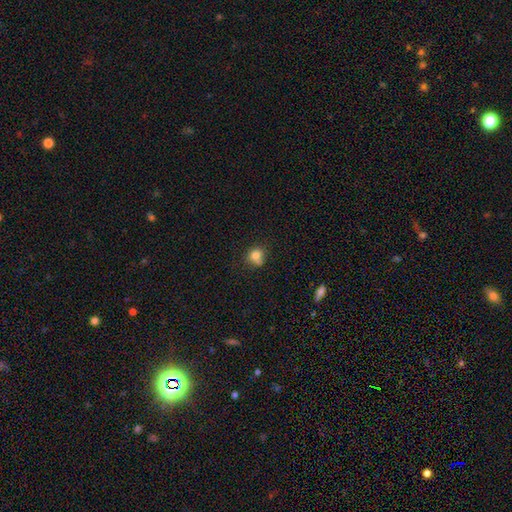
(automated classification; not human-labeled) A smooth galaxy with no disk features (80%) that is round (78%).

Vote fractions:
- Smooth or featured? smooth: 80% / star or artifact: 11% / featured or disk: 9%
- How rounded? round: 78% / in between: 21% / cigar-shaped: 1%
- Merging? none: 57% / minor disturbance: 22% / merger: 15% / major disturbance: 6%